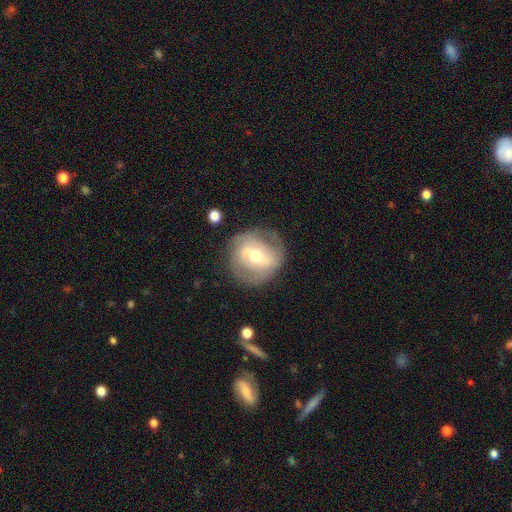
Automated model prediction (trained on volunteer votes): smooth-or-featured: featured or disk: 63% | smooth: 30% | star or artifact: 7%
  disk-edge-on: no: 95% | yes: 5%
    bar: weak: 39% | no: 31% | strong: 30%
    has-spiral-arms: yes: 57% | no: 43%
    bulge-size: moderate: 68% | small: 23% | large: 7% | dominant: 1% | none: 1%
  merging: none: 71% | minor disturbance: 18% | major disturbance: 9% | merger: 3%